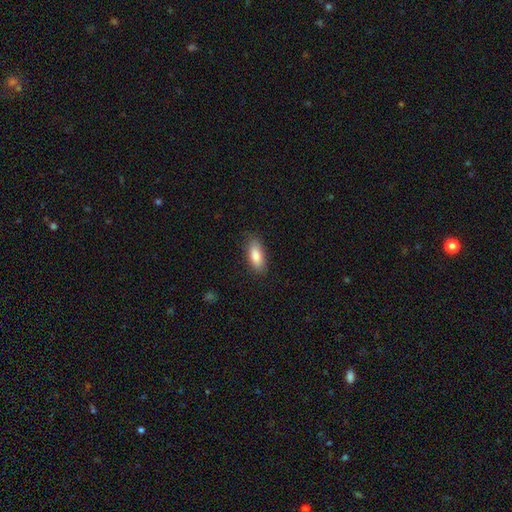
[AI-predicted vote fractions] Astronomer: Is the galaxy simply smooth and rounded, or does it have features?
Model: smooth — 85%.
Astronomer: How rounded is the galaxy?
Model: in between — 82%.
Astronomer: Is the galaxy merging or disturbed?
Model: none — 80%.